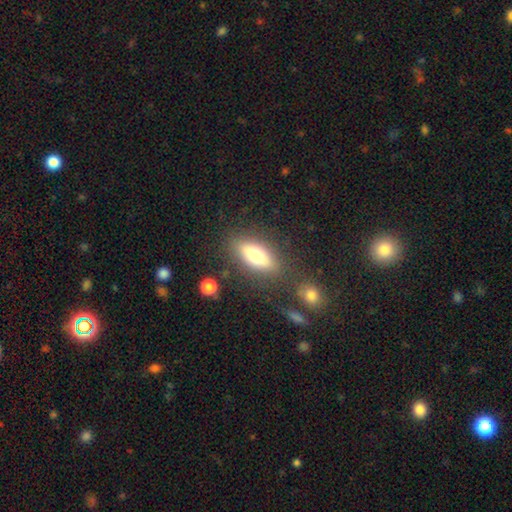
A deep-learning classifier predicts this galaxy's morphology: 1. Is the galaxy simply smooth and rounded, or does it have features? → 67% smooth, 25% featured or disk, 8% star or artifact.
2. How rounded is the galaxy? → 71% in between, 25% cigar-shaped, 4% round.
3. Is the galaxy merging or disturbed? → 79% none, 12% minor disturbance, 5% merger, 4% major disturbance.